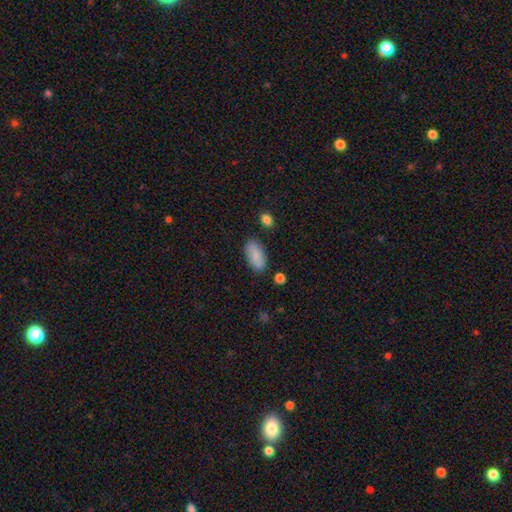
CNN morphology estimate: smooth_or_featured: smooth (p=0.84) [alt: featured or disk p=0.10]
how_rounded: in between (p=0.92) [alt: cigar-shaped p=0.05]
merging: none (p=0.82) [alt: minor disturbance p=0.12]